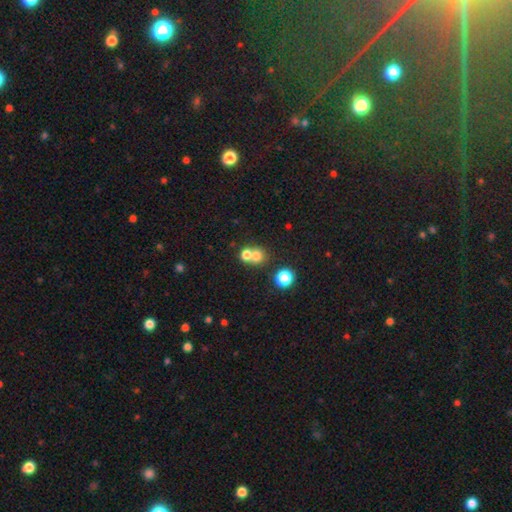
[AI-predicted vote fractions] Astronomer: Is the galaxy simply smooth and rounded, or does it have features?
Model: smooth — 73%.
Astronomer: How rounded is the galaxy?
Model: round — 80%.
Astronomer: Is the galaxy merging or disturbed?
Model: merger — 52% (runner-up: none, 39%).